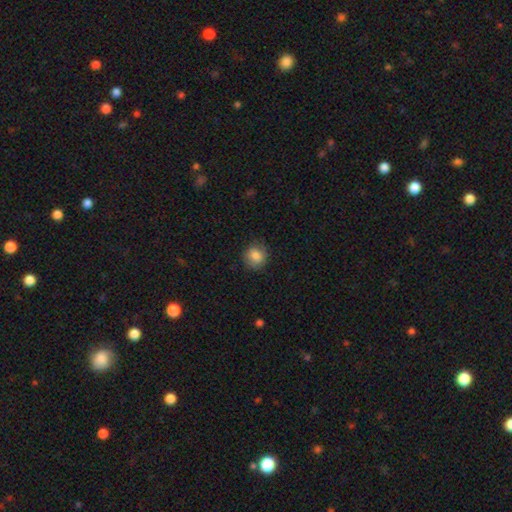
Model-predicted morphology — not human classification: This is clearly a smooth galaxy (84%). How rounded: clearly round (81%). Merging: clearly none (82%).